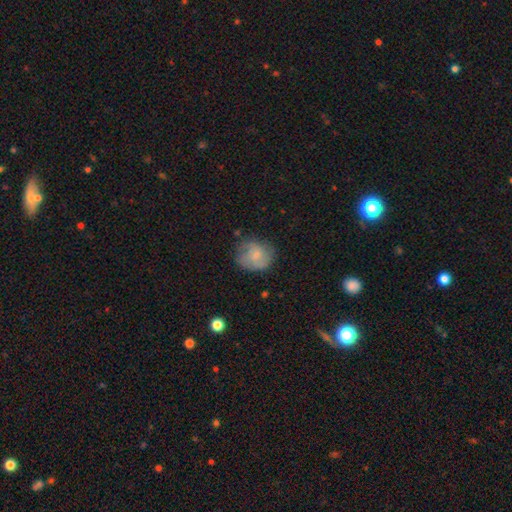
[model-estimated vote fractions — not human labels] smooth_or_featured: smooth (p=0.63) [alt: featured or disk p=0.29]
how_rounded: round (p=0.70) [alt: in between p=0.29]
merging: none (p=0.60) [alt: minor disturbance p=0.27]